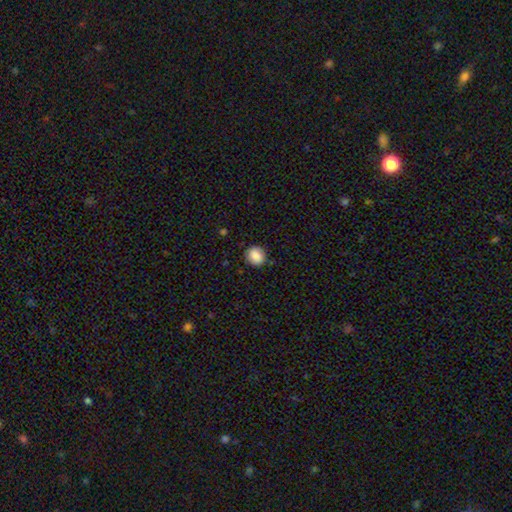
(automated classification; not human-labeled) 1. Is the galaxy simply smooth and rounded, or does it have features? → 88% smooth, 8% star or artifact, 4% featured or disk.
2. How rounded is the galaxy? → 70% round, 29% in between, 1% cigar-shaped.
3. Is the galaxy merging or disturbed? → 85% none, 11% minor disturbance, 3% major disturbance, 1% merger.